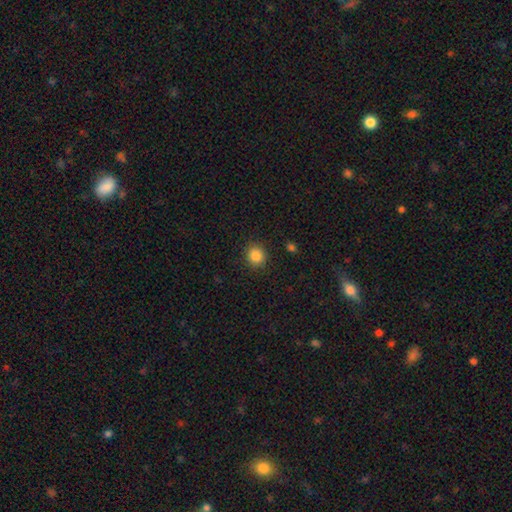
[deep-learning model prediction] Morphology: type=smooth (86%); roundness=round (85%); merging=none (89%).